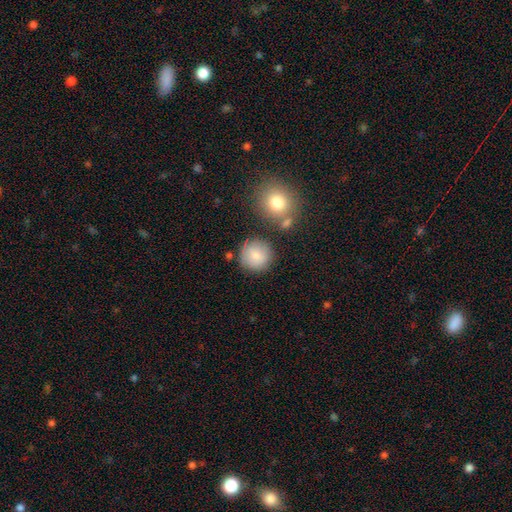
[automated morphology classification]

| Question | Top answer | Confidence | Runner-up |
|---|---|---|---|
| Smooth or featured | smooth | 83% | featured or disk (9%) |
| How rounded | round | 95% | in between (4%) |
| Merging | none | 80% | minor disturbance (11%) |